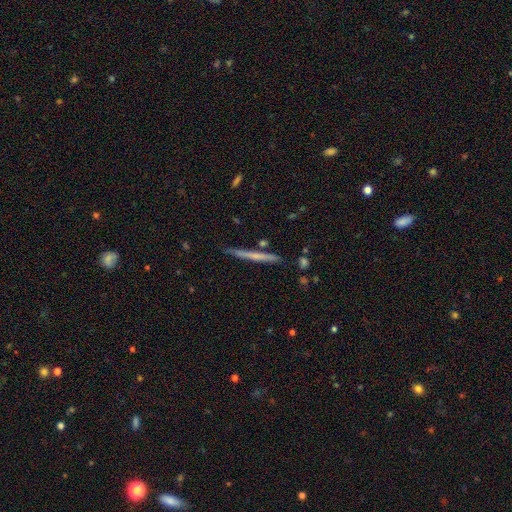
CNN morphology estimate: This is possibly a smooth galaxy (49%). Merging: clearly none (86%).